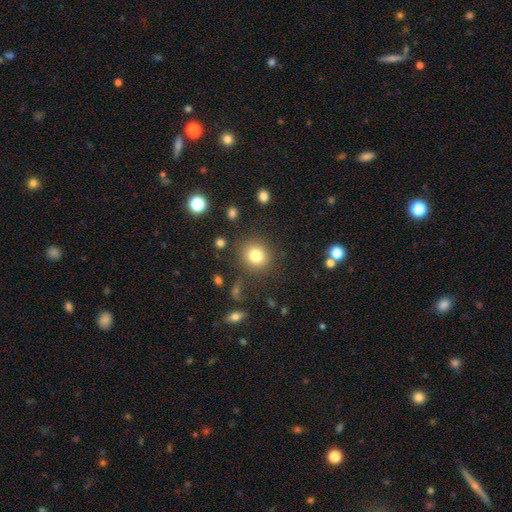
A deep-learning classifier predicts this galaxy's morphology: Smooth or featured?
  - smooth: 80% *
  - star or artifact: 12%
  - featured or disk: 8%
How rounded?
  - round: 84% *
  - in between: 15%
  - cigar-shaped: 1%
Merging?
  - none: 86% *
  - minor disturbance: 8%
  - major disturbance: 4%
  - merger: 2%